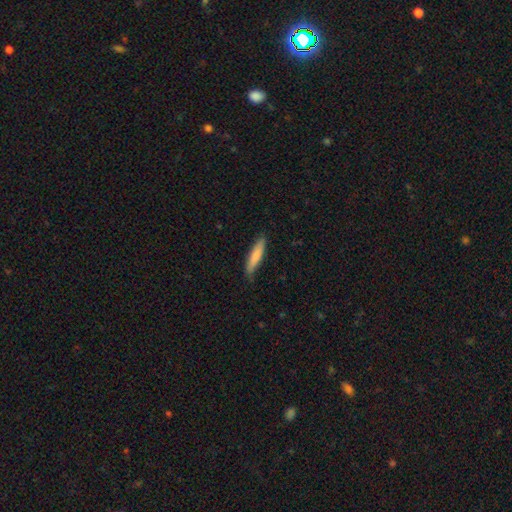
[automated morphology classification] The model was most divided on "smooth or featured": smooth: 80%, featured or disk: 15%, star or artifact: 5%. More confident: how rounded — cigar-shaped (84%); merging — none (82%).